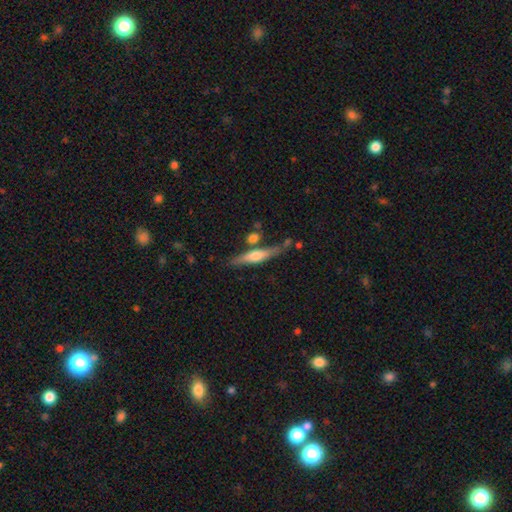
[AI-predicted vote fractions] Smooth or featured? featured or disk (54%)
Edge-on disk? yes (92%)
Merging? none (69%)